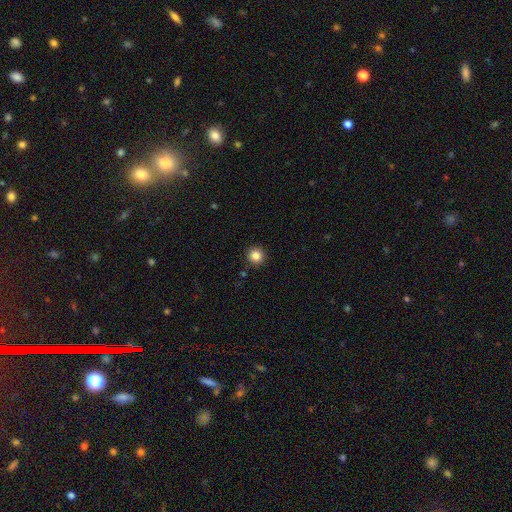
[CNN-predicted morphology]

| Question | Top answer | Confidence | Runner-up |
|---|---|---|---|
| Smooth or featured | smooth | 84% | star or artifact (12%) |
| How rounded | round | 95% | in between (4%) |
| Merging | none | 92% | minor disturbance (5%) |